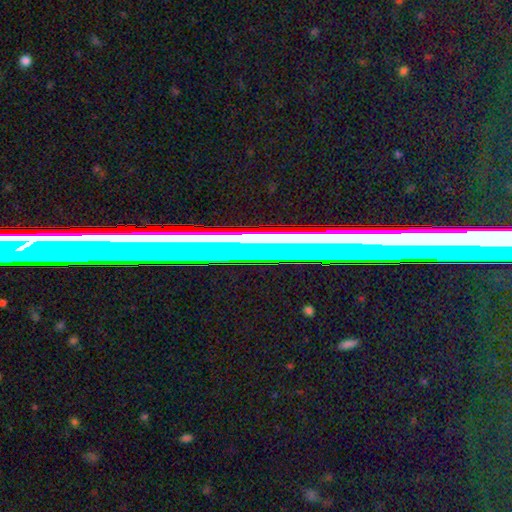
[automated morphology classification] A featured or disk galaxy (45%).

Vote fractions:
- Smooth or featured? featured or disk: 45% / star or artifact: 42% / smooth: 13%
- Merging? none: 85% / minor disturbance: 9% / merger: 3% / major disturbance: 3%